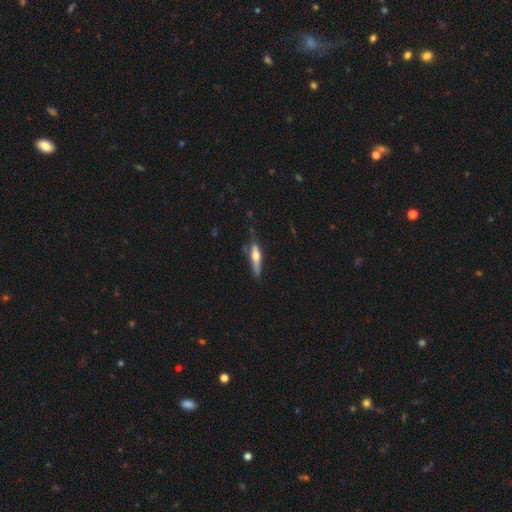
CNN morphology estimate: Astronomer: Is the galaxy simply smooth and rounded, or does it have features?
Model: smooth — 52% (runner-up: featured or disk, 42%).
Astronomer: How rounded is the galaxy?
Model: cigar-shaped — 74%.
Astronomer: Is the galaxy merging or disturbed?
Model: none — 61%.